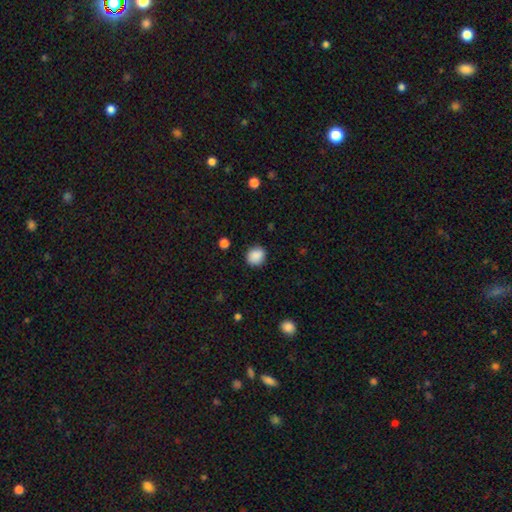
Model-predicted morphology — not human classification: Smooth or featured? Predicted: smooth (p=0.89). How rounded? Predicted: round (p=0.80). Merging? Predicted: none (p=0.87).